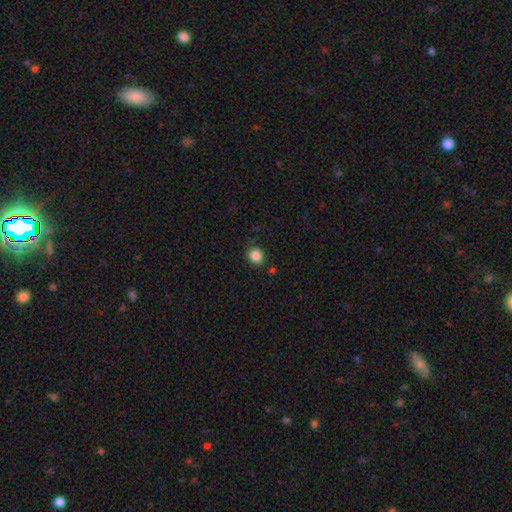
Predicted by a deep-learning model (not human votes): The model was most divided on "how rounded": round: 82%, in between: 18%, cigar-shaped: 1%. More confident: merging — none (87%); smooth or featured — smooth (85%).